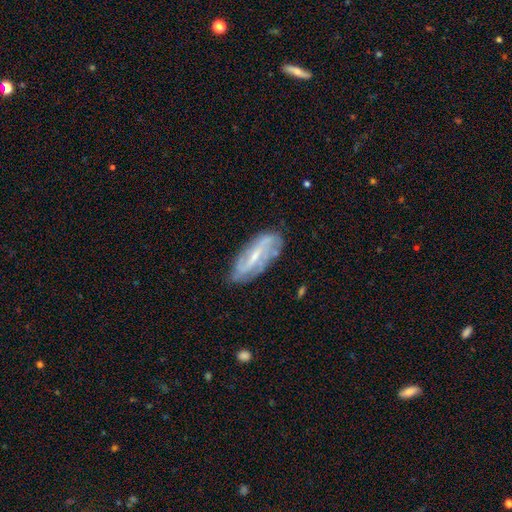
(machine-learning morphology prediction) Smooth or featured? Predicted: featured or disk (p=0.74). Edge-on disk? Predicted: no (p=0.88). Bar? Predicted: strong (p=0.42). Spiral arms? Predicted: yes (p=0.86). Spiral winding? Predicted: medium (p=0.36). Spiral arm count? Predicted: 2 (p=0.55). Bulge size? Predicted: small (p=0.59). Merging? Predicted: none (p=0.70).